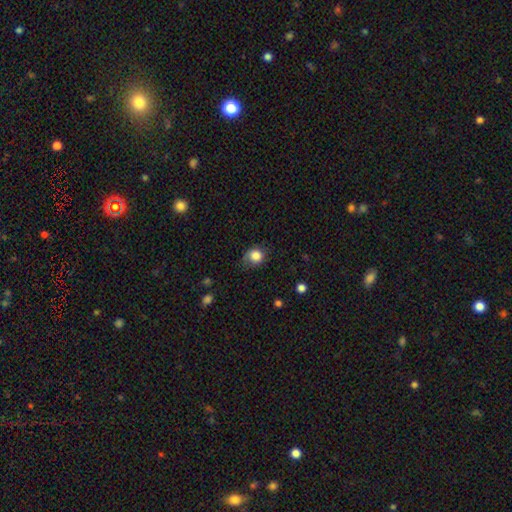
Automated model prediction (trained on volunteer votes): Overall: smooth (84%). How rounded: round (75%). Merging: none (57%; minor disturbance 31%).